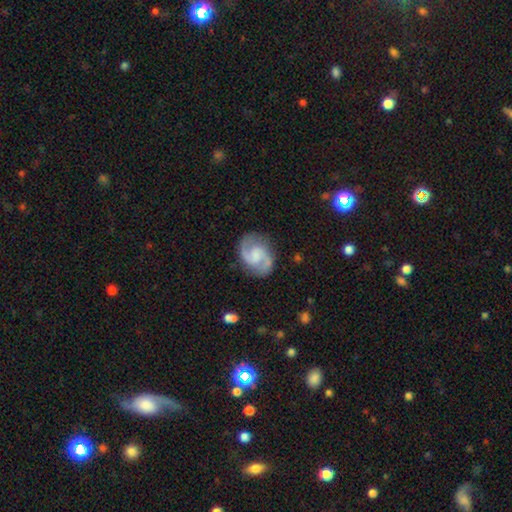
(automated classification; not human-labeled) A featured or disk galaxy (86%) with a weak bar (48%), 2 (93%) medium (59%) spiral arms (97%) and no central bulge (32%).

Vote fractions:
- Smooth or featured? featured or disk: 86% / smooth: 9% / star or artifact: 5%
- Edge-on disk? no: 98% / yes: 2%
- Bar? weak: 48% / no: 42% / strong: 10%
- Spiral arms? yes: 97% / no: 3%
- Spiral winding? medium: 59% / tight: 21% / loose: 20%
- Spiral arm count? 2: 93% / can't tell: 3% / 1: 1% / 3: 1% / 4: 1% / more than 4: 1%
- Bulge size? none: 32% / small: 30% / moderate: 29% / large: 7% / dominant: 1%
- Merging? none: 81% / minor disturbance: 13% / major disturbance: 4% / merger: 1%